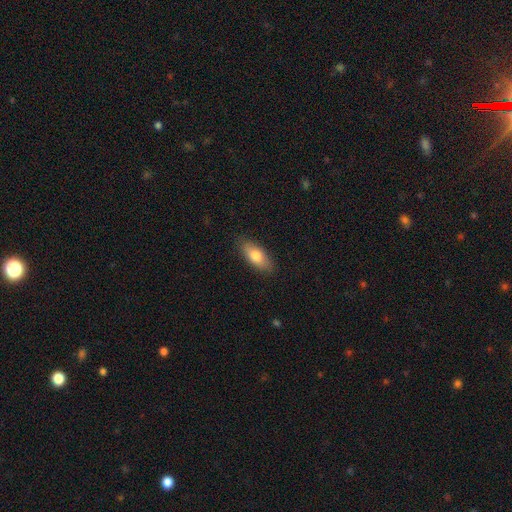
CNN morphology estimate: Q: Smooth or featured?
A: smooth (77%); runner-up: featured or disk (17%)
Q: How rounded?
A: in between (80%); runner-up: cigar-shaped (17%)
Q: Merging?
A: none (87%); runner-up: minor disturbance (10%)